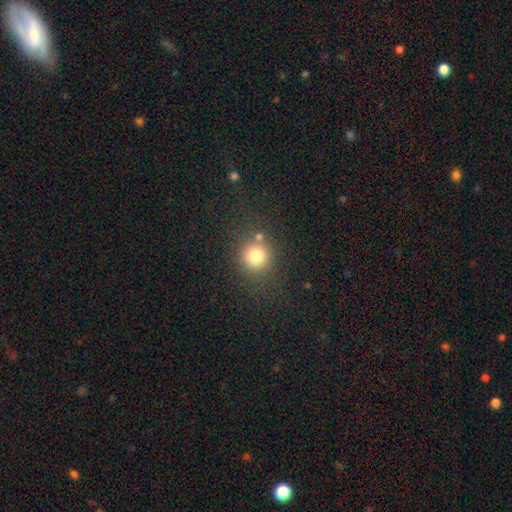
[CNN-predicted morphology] This appears to be a smooth galaxy with no disk features (78%) that is round (91%). Merging: none (75%).